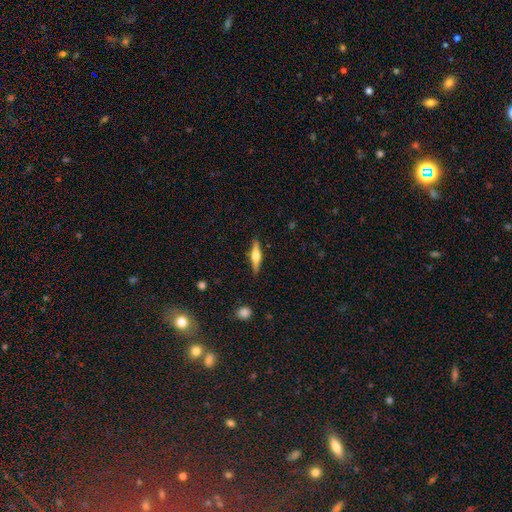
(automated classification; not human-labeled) This is possibly a featured or disk galaxy (60%). It is clearly viewed edge-on (97%). Edge-on bulge: clearly rounded (91%). Merging: clearly none (89%).